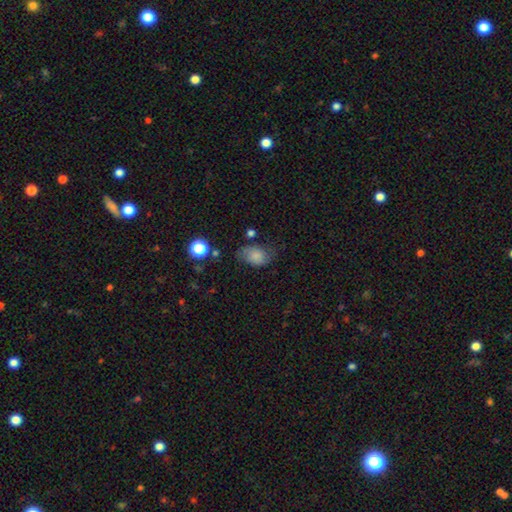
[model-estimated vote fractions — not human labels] Smooth or featured? Predicted: smooth (p=0.73). How rounded? Predicted: in between (p=0.76). Merging? Predicted: none (p=0.54).